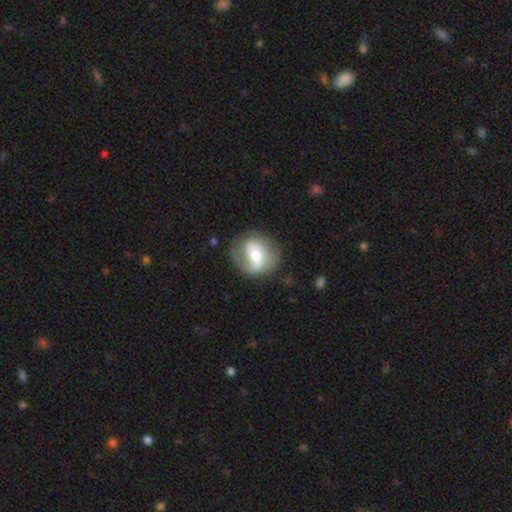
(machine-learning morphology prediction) Smooth or featured?
  - featured or disk: 63% *
  - smooth: 31%
  - star or artifact: 7%
Edge-on disk?
  - no: 95% *
  - yes: 5%
Bar?
  - weak: 37% *
  - strong: 36%
  - no: 27%
Spiral arms?
  - yes: 72% *
  - no: 28%
Bulge size?
  - moderate: 60% *
  - small: 27%
  - large: 10%
  - none: 2%
  - dominant: 2%
Merging?
  - none: 67% *
  - minor disturbance: 20%
  - major disturbance: 12%
  - merger: 2%